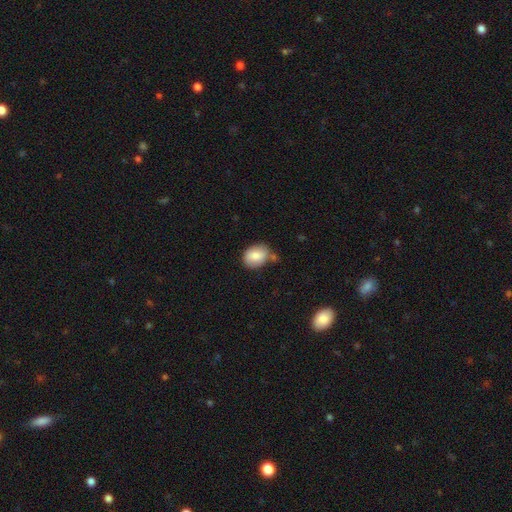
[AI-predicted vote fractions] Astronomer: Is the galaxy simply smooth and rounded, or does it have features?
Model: smooth — 82%.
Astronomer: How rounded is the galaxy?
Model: in between — 65%.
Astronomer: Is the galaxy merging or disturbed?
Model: none — 66%.